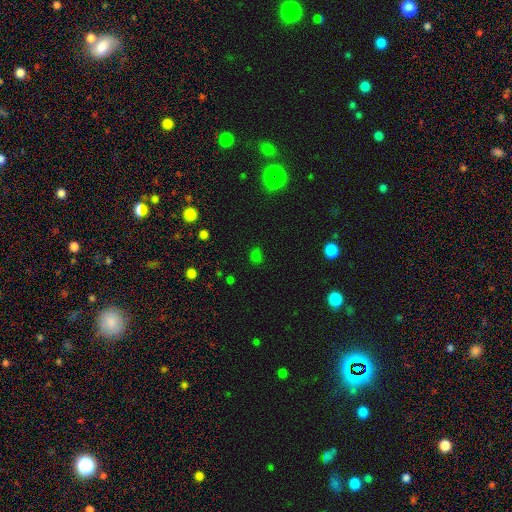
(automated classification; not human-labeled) This is likely a smooth galaxy (67%). How rounded: possibly round (56%). Merging: likely none (80%).